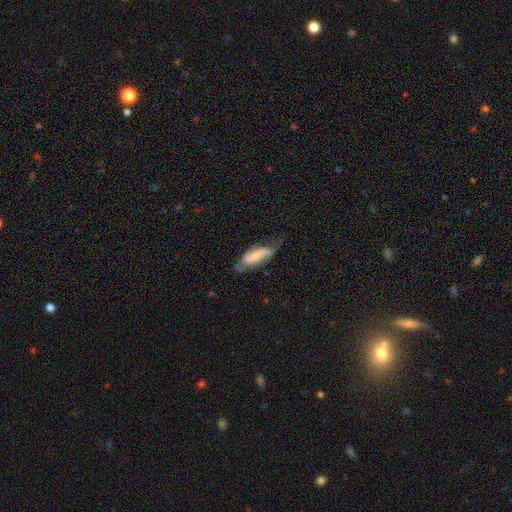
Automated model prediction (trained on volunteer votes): Overall: featured or disk (56%; smooth 37%). Edge-on disk: no (82%). Merging: none (47%; minor disturbance 32%).